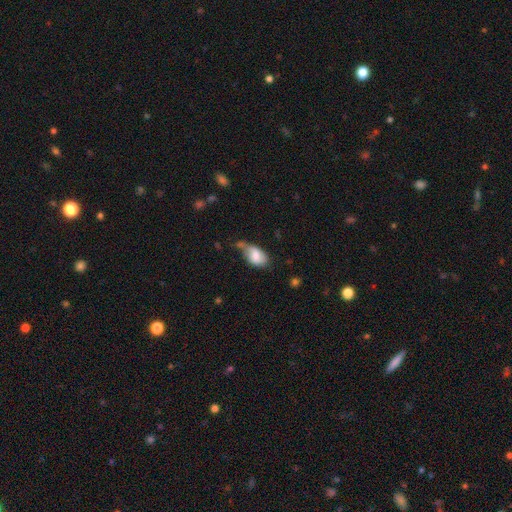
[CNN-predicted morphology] Smooth or featured: smooth — 72% (featured or disk — 21%)
How rounded: in between — 90% (round — 8%)
Merging: minor disturbance — 39% (none — 31%)